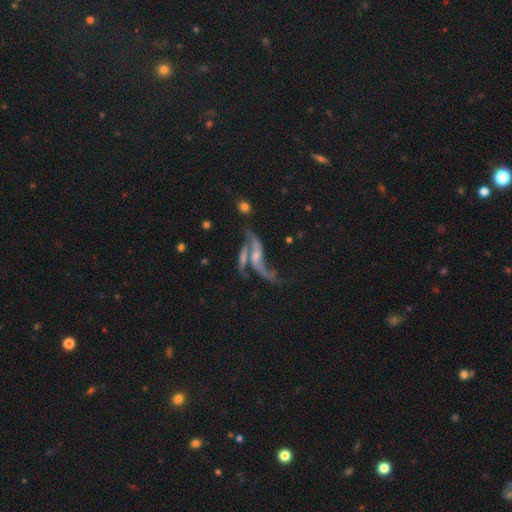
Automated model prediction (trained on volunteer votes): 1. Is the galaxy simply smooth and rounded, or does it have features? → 79% featured or disk, 11% smooth, 10% star or artifact.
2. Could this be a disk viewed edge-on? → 82% no, 18% yes.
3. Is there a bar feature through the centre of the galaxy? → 51% no, 33% weak, 16% strong.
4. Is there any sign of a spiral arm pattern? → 86% yes, 14% no.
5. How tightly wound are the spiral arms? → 82% loose, 13% medium, 5% tight.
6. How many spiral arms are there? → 73% 2, 9% can't tell, 8% 1, 6% 3, 2% 4, 2% more than 4.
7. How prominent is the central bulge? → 52% small, 27% moderate, 17% none, 3% large, 2% dominant.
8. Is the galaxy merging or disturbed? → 31% merger (tied), 31% none (tied), 24% major disturbance, 14% minor disturbance.